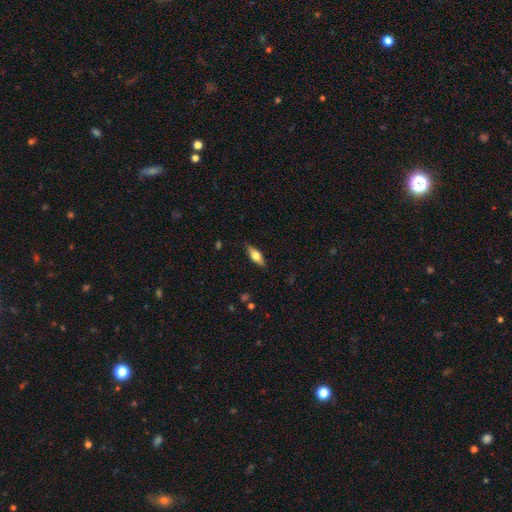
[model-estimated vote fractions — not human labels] smooth 56%, featured or disk 38%, star or artifact 6%. Down the decision tree: how rounded — in between (66%); merging — none (85%).